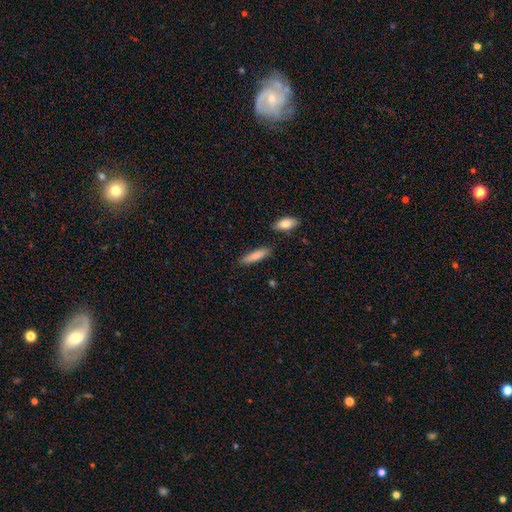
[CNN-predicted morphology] Smooth or featured: smooth — 84% (featured or disk — 10%)
How rounded: cigar-shaped — 73% (in between — 26%)
Merging: none — 84% (minor disturbance — 10%)